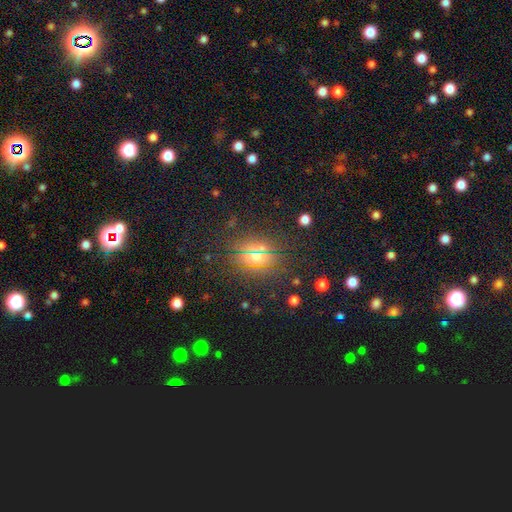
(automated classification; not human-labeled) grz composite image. It shows a smooth galaxy with no disk features (53%) that is round (56%). Merging: none (82%).